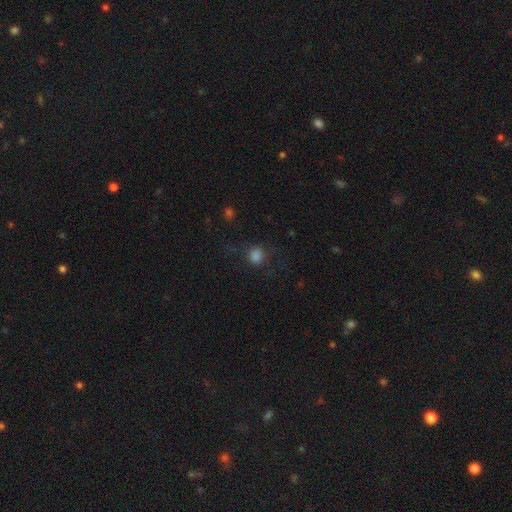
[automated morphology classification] This appears to be a smooth galaxy with no disk features (80%) that is round (86%). Merging: none (73%).